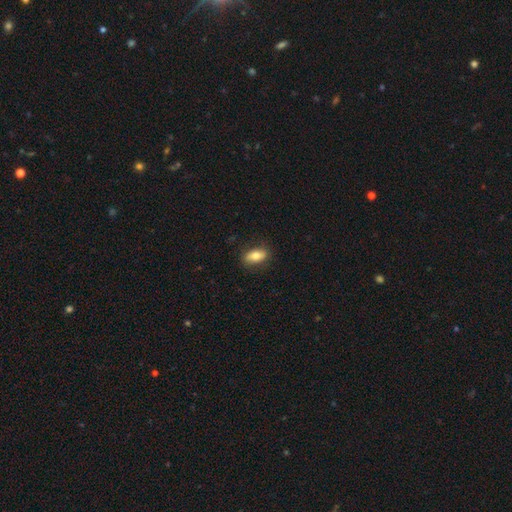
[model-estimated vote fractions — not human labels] Smooth or featured? Predicted: smooth (p=0.75). How rounded? Predicted: in between (p=0.85). Merging? Predicted: none (p=0.82).